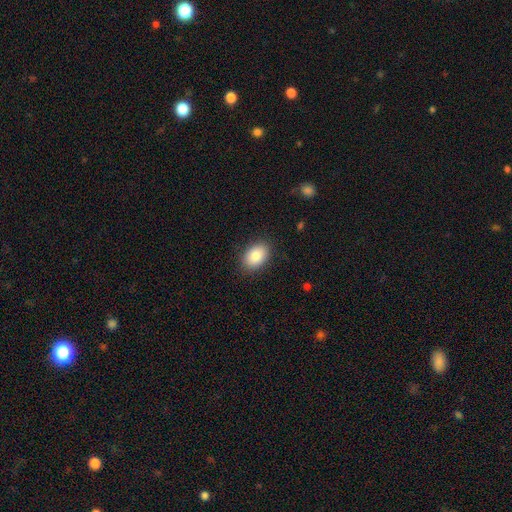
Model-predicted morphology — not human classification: A smooth galaxy with no disk features (86%) that is in between round and cigar-shaped (81%).

Vote fractions:
- Smooth or featured? smooth: 86% / star or artifact: 7% / featured or disk: 7%
- How rounded? in between: 81% / round: 17% / cigar-shaped: 1%
- Merging? none: 87% / minor disturbance: 9% / major disturbance: 2% / merger: 1%